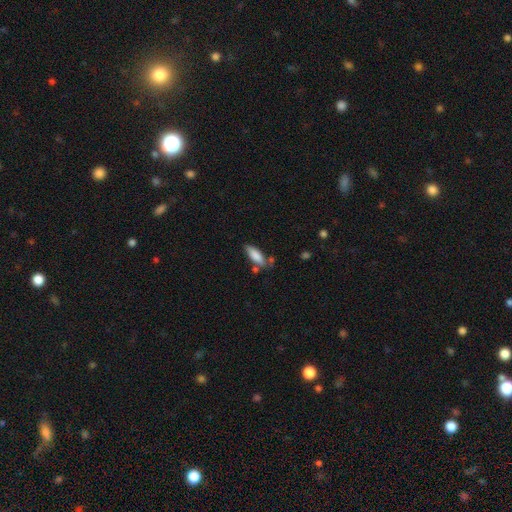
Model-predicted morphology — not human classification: A smooth galaxy with no disk features (84%) that is in between round and cigar-shaped (67%). Merging: none (66%).